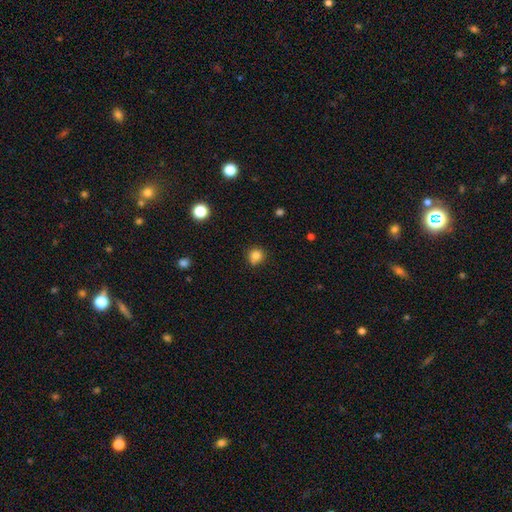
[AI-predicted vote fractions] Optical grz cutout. It shows a smooth galaxy with no disk features (82%) that is round (83%). Merging: none (74%).